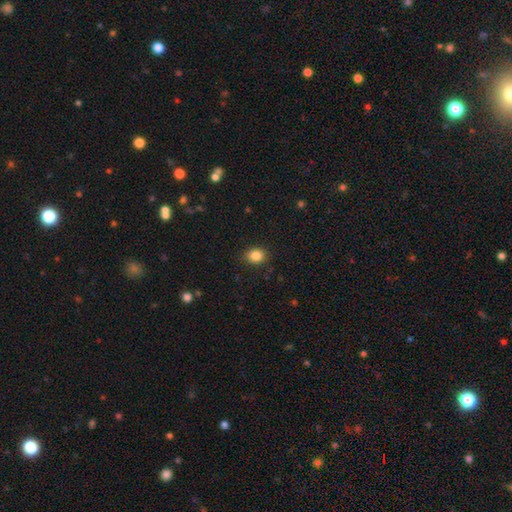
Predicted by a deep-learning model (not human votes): Overall: smooth (86%). How rounded: round (53%; in between 46%). Merging: none (87%).